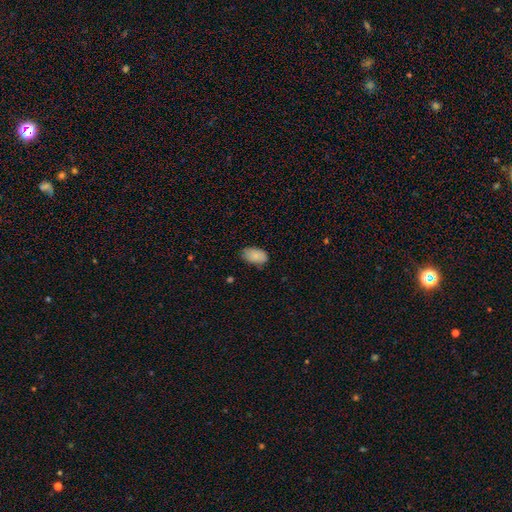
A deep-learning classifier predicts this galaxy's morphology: smooth_or_featured: smooth (p=0.87) [alt: star or artifact p=0.07]
how_rounded: in between (p=0.93) [alt: round p=0.05]
merging: none (p=0.74) [alt: minor disturbance p=0.21]